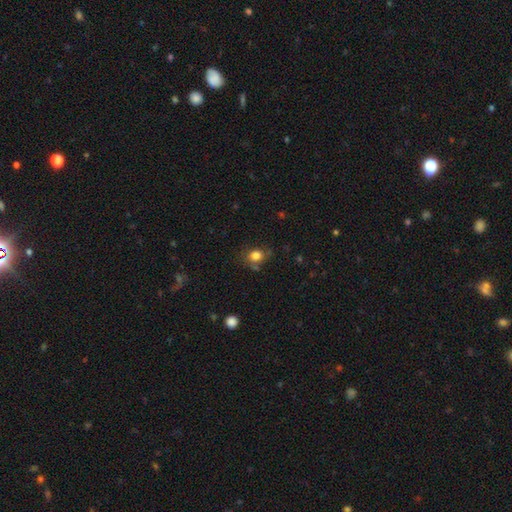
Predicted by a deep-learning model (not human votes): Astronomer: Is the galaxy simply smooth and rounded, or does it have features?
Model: smooth — 81%.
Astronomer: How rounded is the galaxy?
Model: round — 56% (runner-up: in between, 43%).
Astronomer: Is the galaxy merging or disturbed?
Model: none — 65%.